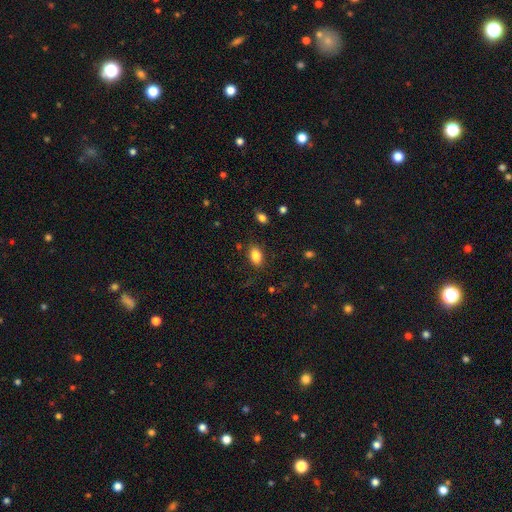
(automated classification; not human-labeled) smooth-or-featured: smooth: 85% | star or artifact: 9% | featured or disk: 6%
  how-rounded: in between: 86% | round: 12% | cigar-shaped: 2%
  merging: none: 82% | minor disturbance: 12% | major disturbance: 4% | merger: 2%